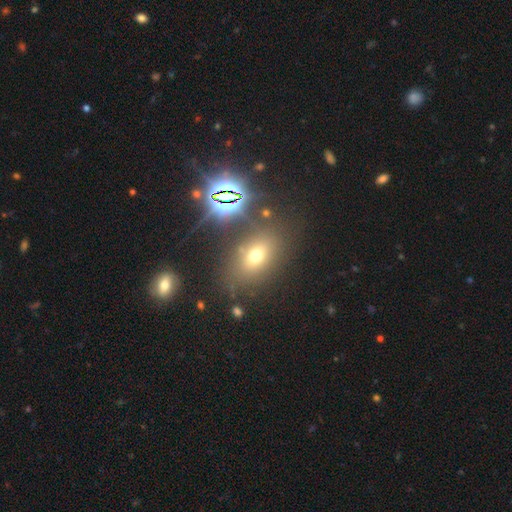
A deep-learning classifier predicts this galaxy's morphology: smooth 57%, star or artifact 29%, featured or disk 14%. Down the decision tree: how rounded — in between (70%); merging — none (75%).